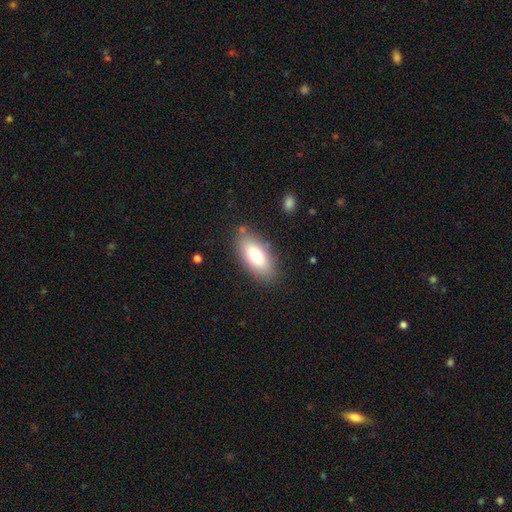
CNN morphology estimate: A smooth galaxy with no disk features (76%) that is in between round and cigar-shaped (87%).

Vote fractions:
- Smooth or featured? smooth: 76% / featured or disk: 17% / star or artifact: 7%
- How rounded? in between: 87% / cigar-shaped: 10% / round: 3%
- Merging? none: 82% / minor disturbance: 12% / major disturbance: 4% / merger: 3%